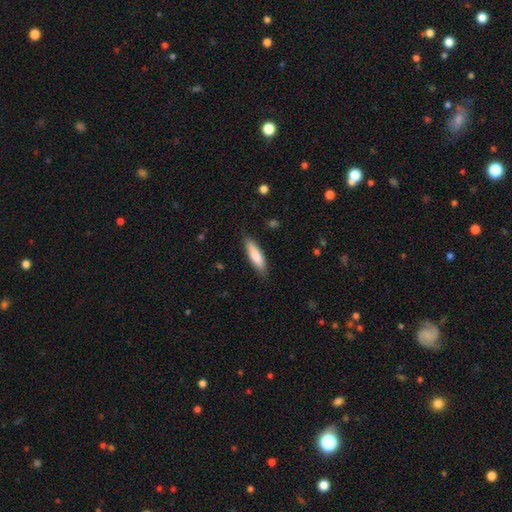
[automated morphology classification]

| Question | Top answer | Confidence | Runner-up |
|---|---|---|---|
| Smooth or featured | smooth | 83% | featured or disk (11%) |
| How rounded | cigar-shaped | 66% | in between (33%) |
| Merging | none | 84% | minor disturbance (13%) |